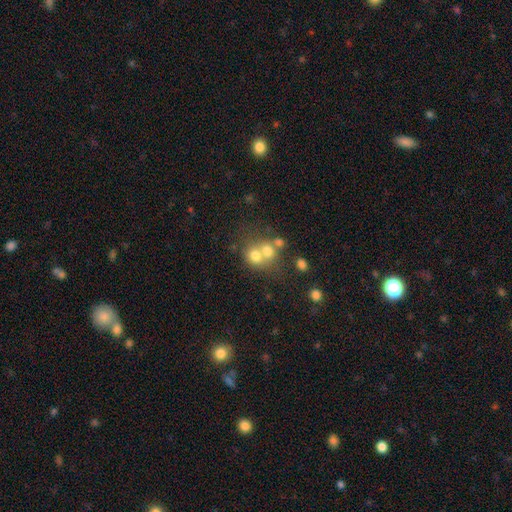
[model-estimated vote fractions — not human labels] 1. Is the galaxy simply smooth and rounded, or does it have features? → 68% smooth, 19% featured or disk, 13% star or artifact.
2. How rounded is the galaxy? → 72% round, 27% in between, 1% cigar-shaped.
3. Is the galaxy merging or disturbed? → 58% merger, 31% none, 6% minor disturbance, 4% major disturbance.